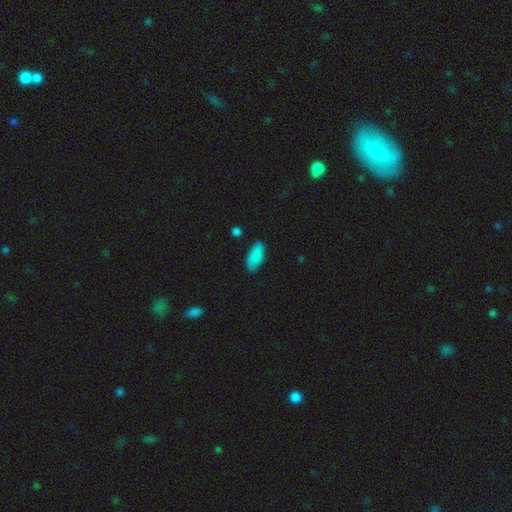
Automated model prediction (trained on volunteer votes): Smooth or featured? smooth (88%)
How rounded? in between (86%)
Merging? none (82%)